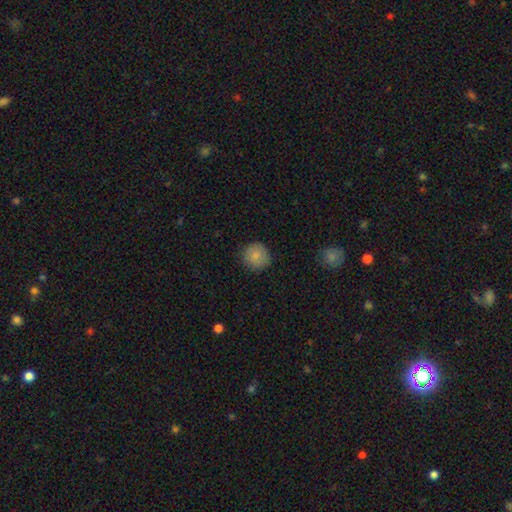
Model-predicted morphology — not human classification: This is clearly a smooth galaxy (84%). How rounded: clearly round (92%). Merging: clearly none (86%).